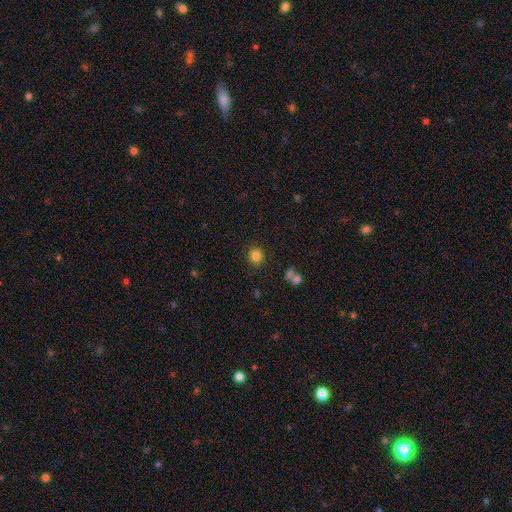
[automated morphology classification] The model was most divided on "smooth or featured": smooth: 83%, star or artifact: 12%, featured or disk: 5%. More confident: merging — none (88%); how rounded — round (88%).